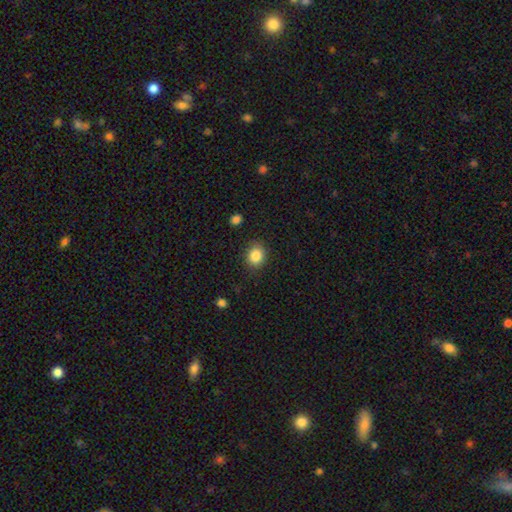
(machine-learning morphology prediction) smooth 85%, star or artifact 9%, featured or disk 5%. Down the decision tree: how rounded — round (64%); merging — none (85%).